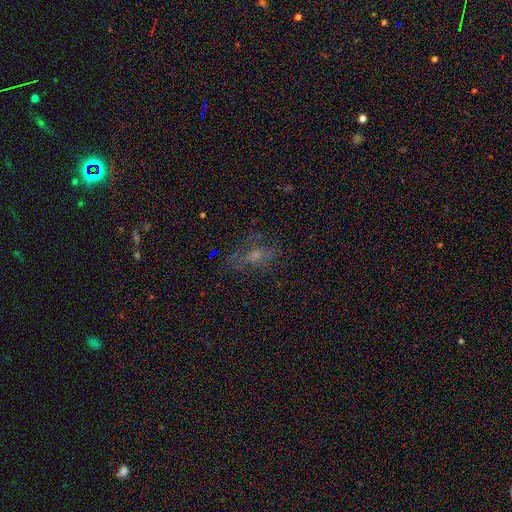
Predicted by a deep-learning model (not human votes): A smooth galaxy with no disk features (41%). Merging: none (59%).